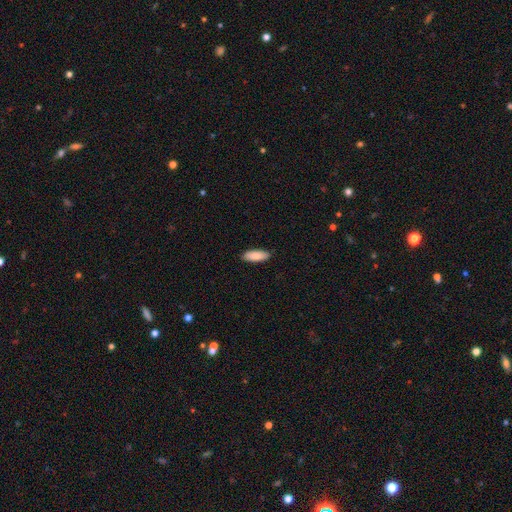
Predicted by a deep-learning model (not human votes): Smooth or featured? smooth (88%)
How rounded? in between (72%)
Merging? none (88%)